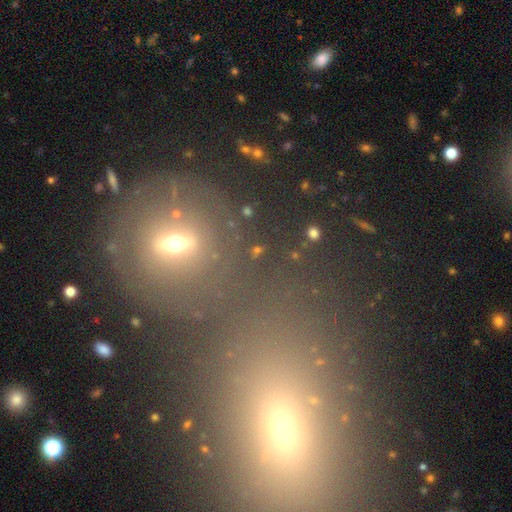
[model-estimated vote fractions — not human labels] This is marginally a smooth galaxy (42%). Merging: possibly none (55%).